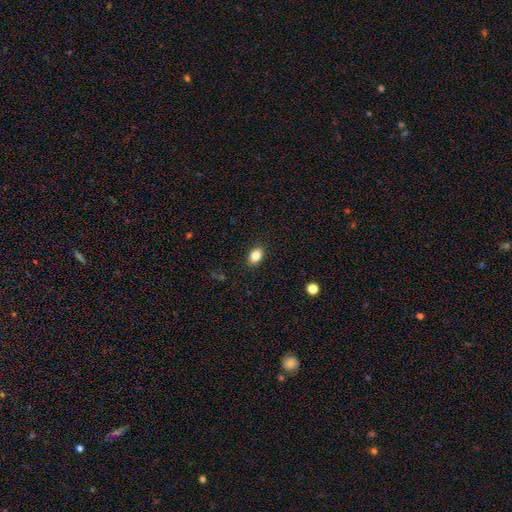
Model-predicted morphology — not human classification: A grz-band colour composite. It shows a smooth galaxy with no disk features (84%) that is in between round and cigar-shaped (77%). Merging: none (88%).